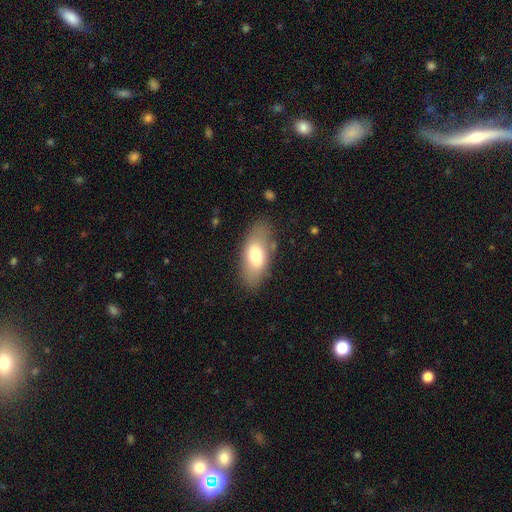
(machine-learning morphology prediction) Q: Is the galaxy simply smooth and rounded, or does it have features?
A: smooth — 69%.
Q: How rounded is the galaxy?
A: in between — 88%.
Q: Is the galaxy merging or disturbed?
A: none — 79%.